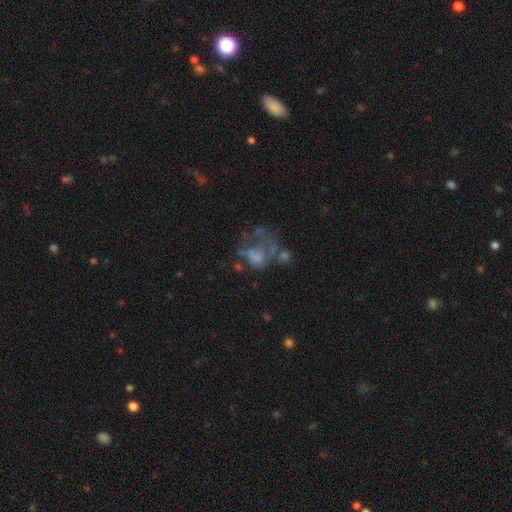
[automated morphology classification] Overall: featured or disk (43%; smooth 42%). Merging: major disturbance (43%; merger 23%).